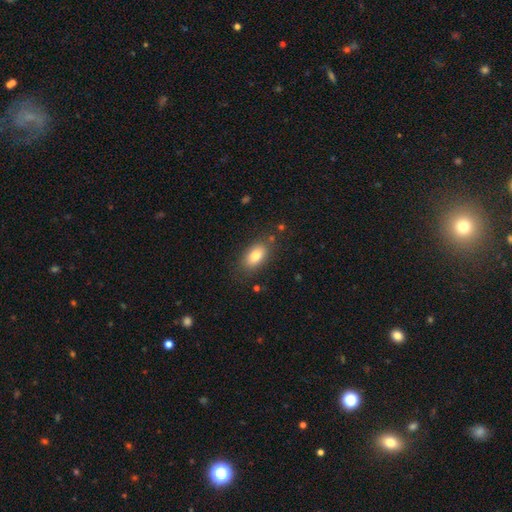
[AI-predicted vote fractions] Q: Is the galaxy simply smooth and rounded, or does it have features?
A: smooth — 80%.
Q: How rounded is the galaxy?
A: in between — 90%.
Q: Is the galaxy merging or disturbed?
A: none — 80%.